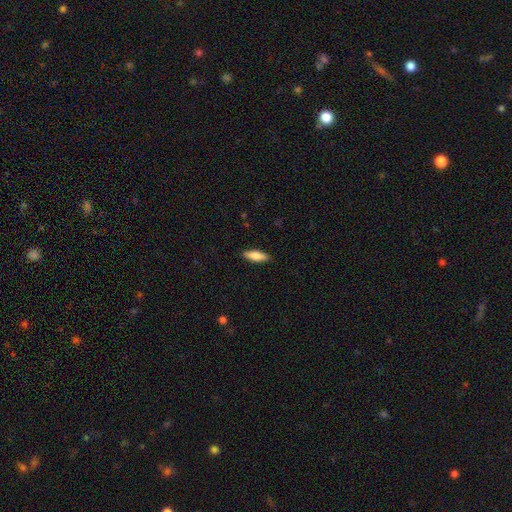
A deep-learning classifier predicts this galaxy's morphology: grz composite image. It shows a smooth galaxy with no disk features (77%) that is in between round and cigar-shaped (51%). Merging: none (89%).